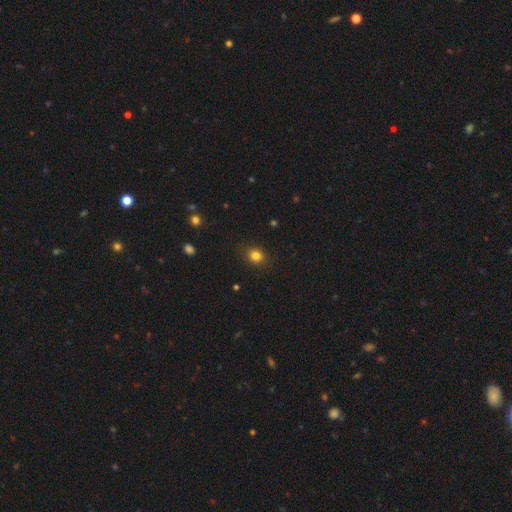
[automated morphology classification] Smooth or featured?
  - smooth: 82% *
  - star or artifact: 13%
  - featured or disk: 5%
How rounded?
  - round: 72% *
  - in between: 27%
  - cigar-shaped: 1%
Merging?
  - none: 88% *
  - minor disturbance: 9%
  - major disturbance: 3%
  - merger: 1%